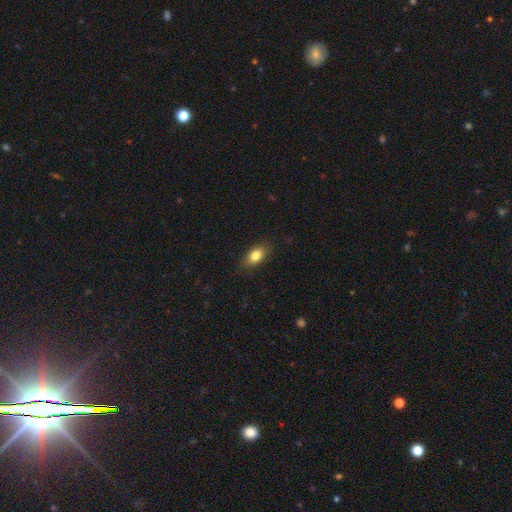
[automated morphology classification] A smooth galaxy with no disk features (83%) that is in between round and cigar-shaped (86%). Merging: none (84%).